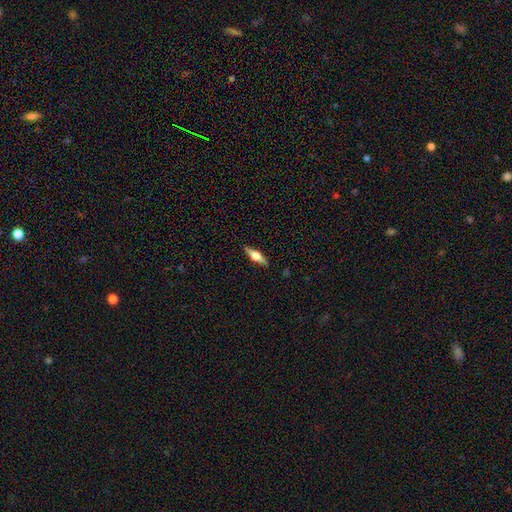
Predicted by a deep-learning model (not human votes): featured or disk 55%, smooth 38%, star or artifact 7%. Down the decision tree: edge-on disk — yes (95%); edge-on bulge — rounded (91%); merging — none (88%).